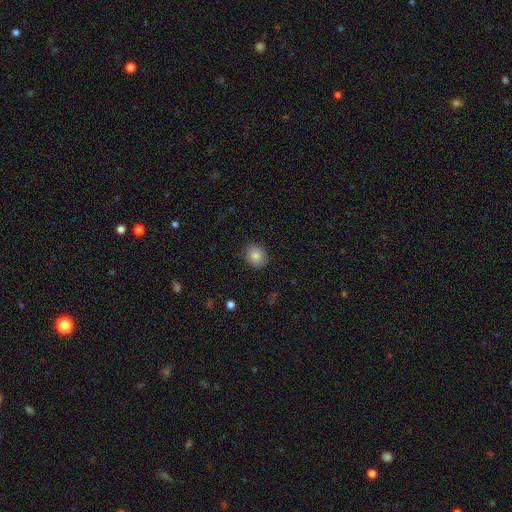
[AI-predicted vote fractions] Smooth or featured?
  - smooth: 84% *
  - star or artifact: 10%
  - featured or disk: 7%
How rounded?
  - round: 69% *
  - in between: 30%
  - cigar-shaped: 1%
Merging?
  - none: 86% *
  - minor disturbance: 10%
  - major disturbance: 3%
  - merger: 1%